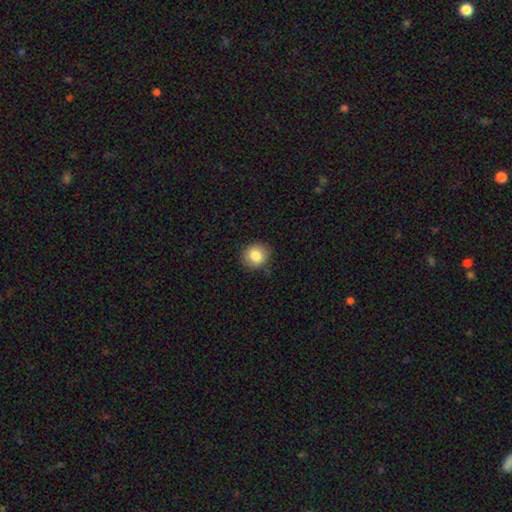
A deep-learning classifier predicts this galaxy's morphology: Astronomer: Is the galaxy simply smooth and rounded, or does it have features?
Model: smooth — 84%.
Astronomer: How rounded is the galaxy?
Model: round — 83%.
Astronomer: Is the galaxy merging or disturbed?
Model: none — 84%.